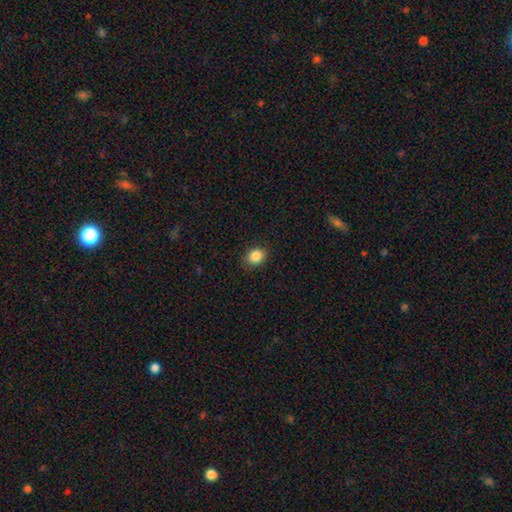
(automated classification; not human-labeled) This appears to be a smooth galaxy with no disk features (87%) that is round (54%). Merging: none (87%).